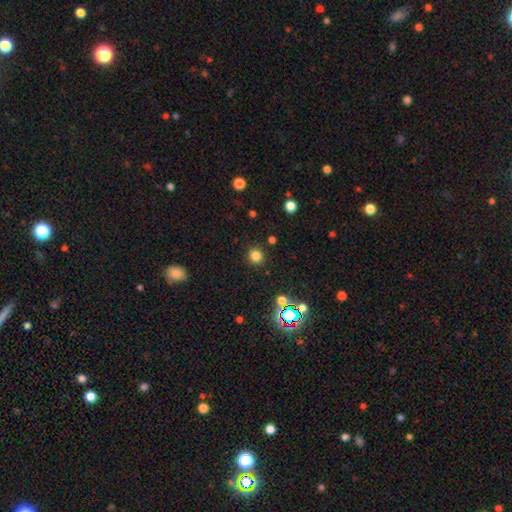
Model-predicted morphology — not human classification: Smooth or featured? smooth (78%)
How rounded? round (93%)
Merging? none (89%)